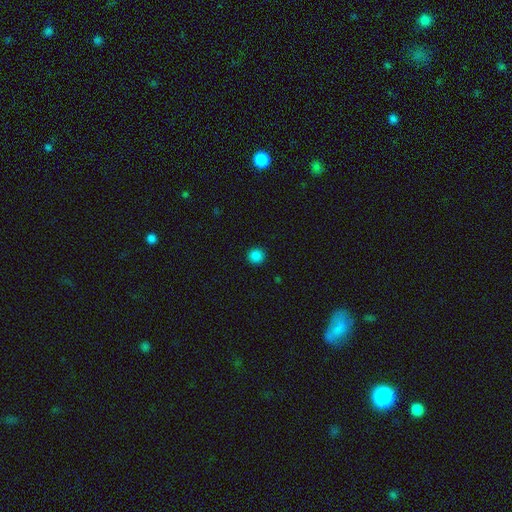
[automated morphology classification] This is clearly a smooth galaxy (85%). How rounded: clearly round (93%). Merging: clearly none (93%).